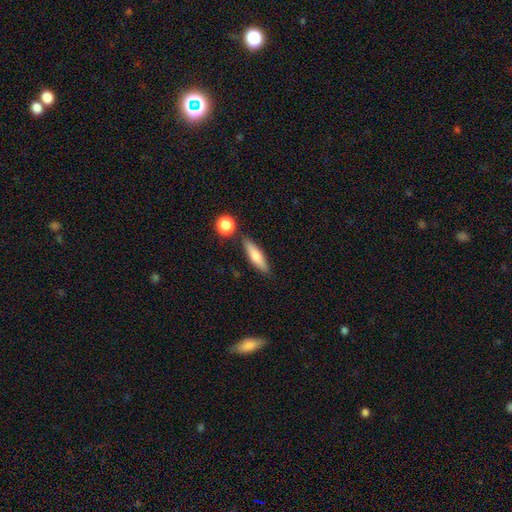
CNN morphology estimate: The model was most divided on "how rounded": cigar-shaped: 69%, in between: 28%, round: 3%. More confident: merging — none (79%); smooth or featured — smooth (70%).